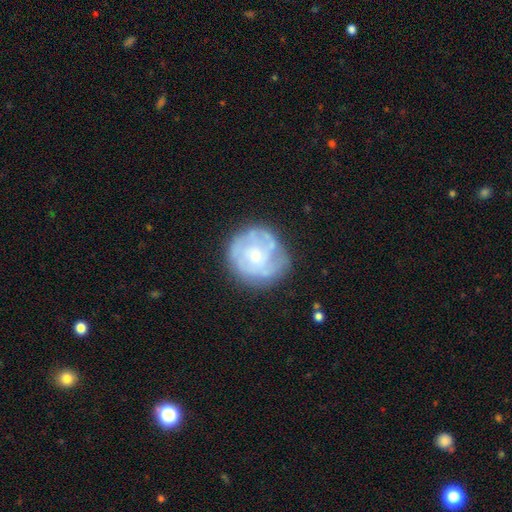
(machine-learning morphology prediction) type=featured or disk (67%); edge-on=no (98%); bar=no (80%); spiral arms=yes (66%); bulge=small (58%); merging=none (70%).